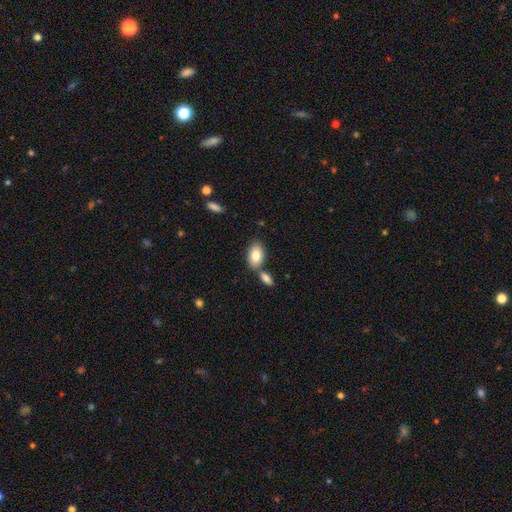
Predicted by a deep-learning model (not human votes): smooth-or-featured: smooth: 82% | featured or disk: 11% | star or artifact: 6%
  how-rounded: in between: 93% | round: 6% | cigar-shaped: 2%
  merging: none: 63% | merger: 23% | minor disturbance: 11% | major disturbance: 3%